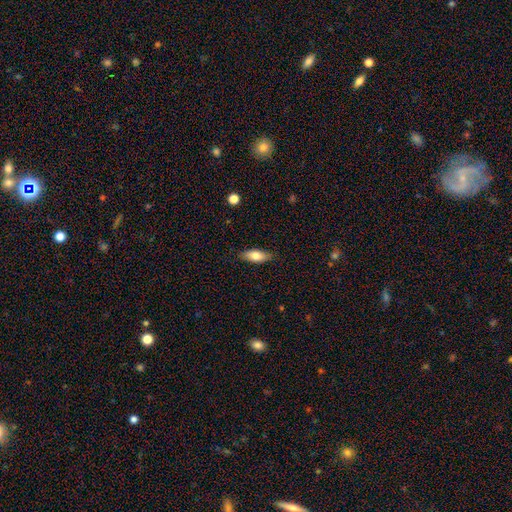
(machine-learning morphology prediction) This appears to be a smooth galaxy with no disk features (76%) that is in between round and cigar-shaped (78%). Merging: none (85%).